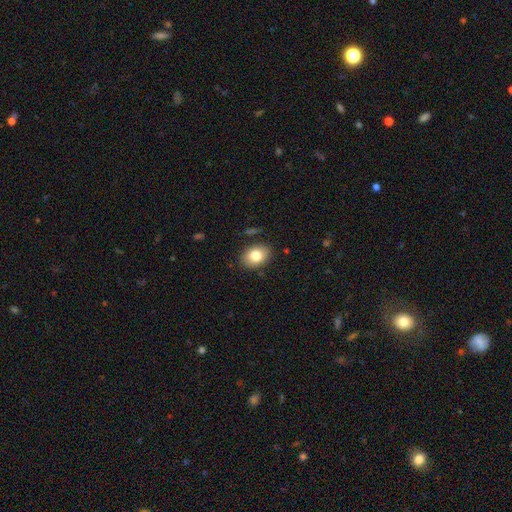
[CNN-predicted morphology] smooth_or_featured: smooth (p=0.81) [alt: featured or disk p=0.11]
how_rounded: in between (p=0.75) [alt: round p=0.24]
merging: none (p=0.86) [alt: minor disturbance p=0.10]